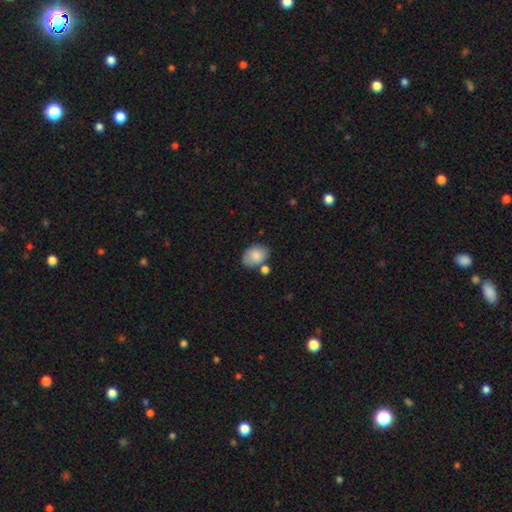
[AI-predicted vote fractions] Smooth or featured?
  - smooth: 84% *
  - featured or disk: 9%
  - star or artifact: 7%
How rounded?
  - in between: 79% *
  - round: 20%
  - cigar-shaped: 1%
Merging?
  - none: 61% *
  - minor disturbance: 18%
  - merger: 15%
  - major disturbance: 5%